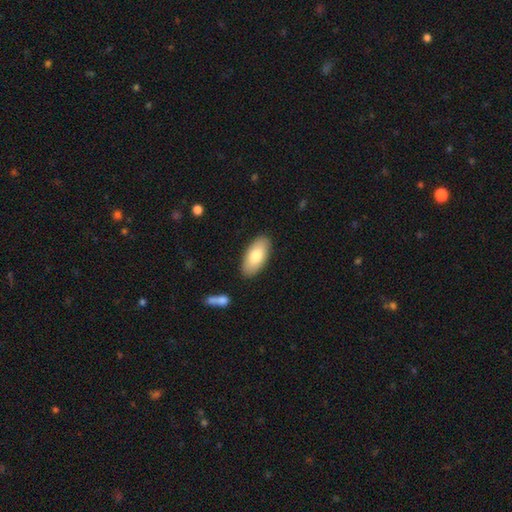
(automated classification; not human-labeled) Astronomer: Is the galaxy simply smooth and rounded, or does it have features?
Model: smooth — 77%.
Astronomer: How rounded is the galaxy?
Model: in between — 92%.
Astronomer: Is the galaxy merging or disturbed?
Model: none — 87%.